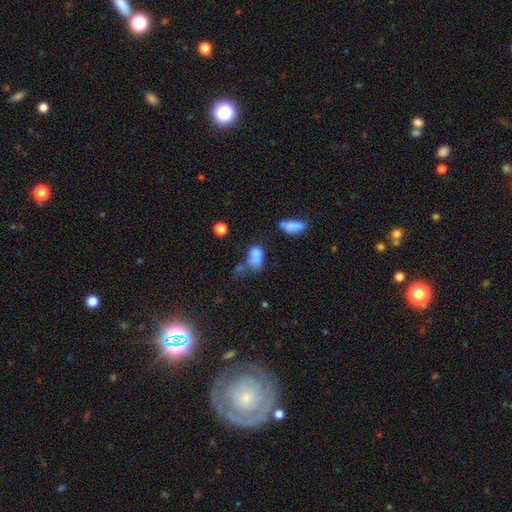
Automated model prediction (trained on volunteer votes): A smooth galaxy with no disk features (72%) that is in between round and cigar-shaped (78%). Merging: merger (43%).